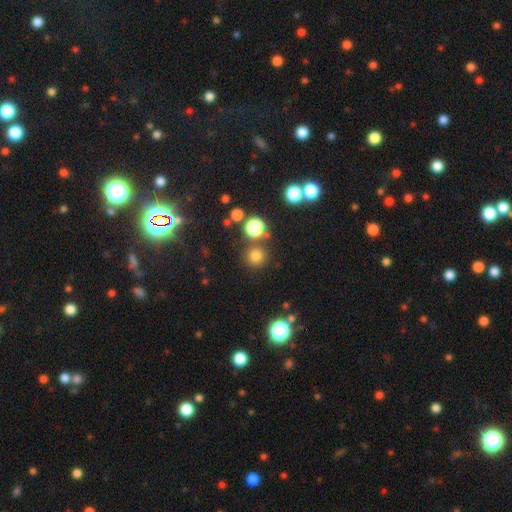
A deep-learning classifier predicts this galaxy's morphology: smooth-or-featured: smooth: 75% | star or artifact: 20% | featured or disk: 5%
  how-rounded: round: 94% | in between: 5% | cigar-shaped: 1%
  merging: none: 82% | merger: 7% | minor disturbance: 7% | major disturbance: 3%